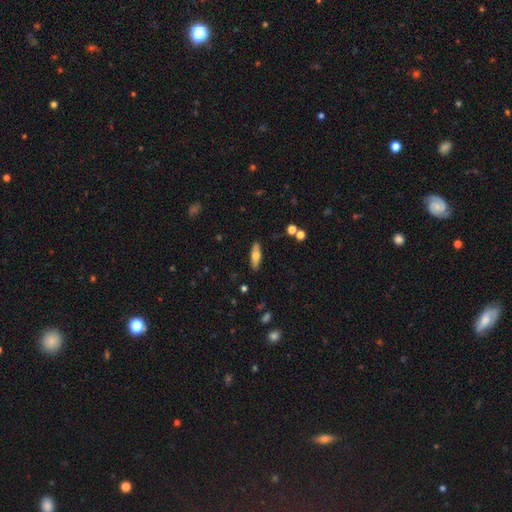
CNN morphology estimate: The model was most divided on "how rounded": cigar-shaped: 50%, in between: 47%, round: 2%. More confident: merging — none (87%); smooth or featured — smooth (62%).